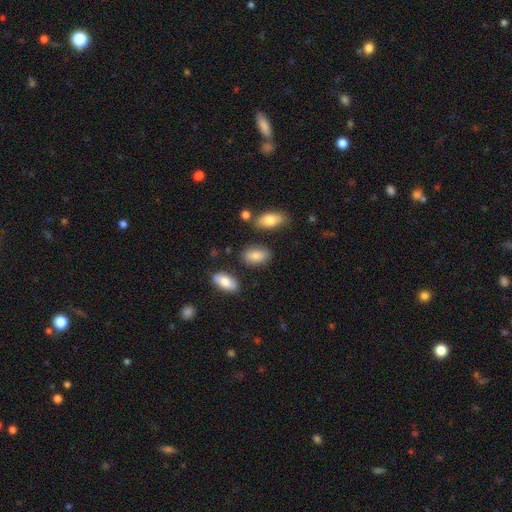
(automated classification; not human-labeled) This appears to be a smooth galaxy with no disk features (83%) that is in between round and cigar-shaped (91%). Merging: none (79%).